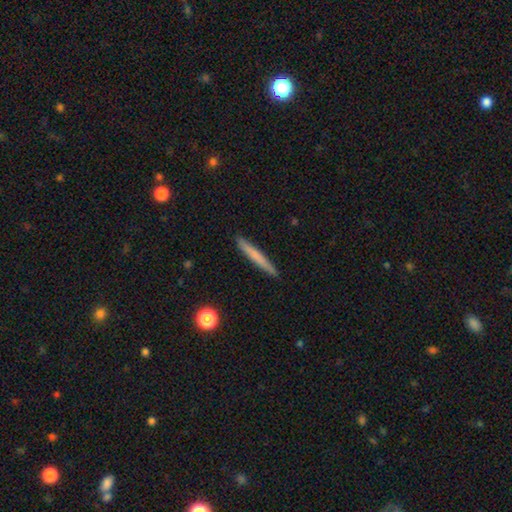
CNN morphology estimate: A smooth galaxy with no disk features (68%) that is cigar-shaped (96%). Merging: none (91%).